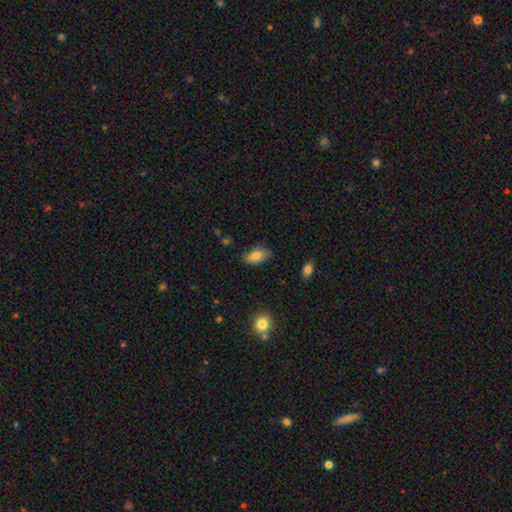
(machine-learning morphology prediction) smooth_or_featured: smooth (p=0.80) [alt: featured or disk p=0.13]
how_rounded: in between (p=0.93) [alt: cigar-shaped p=0.04]
merging: none (p=0.73) [alt: minor disturbance p=0.22]